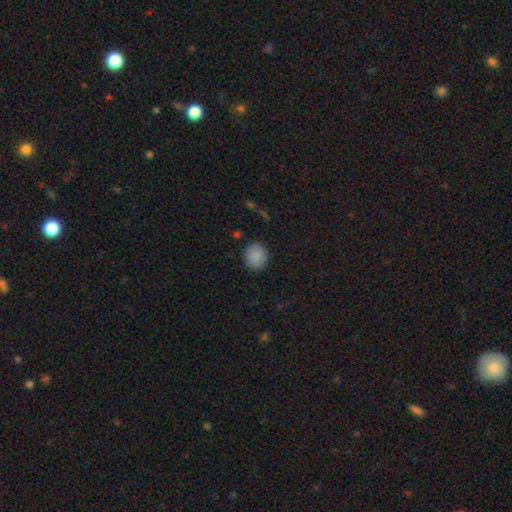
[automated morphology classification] Q: Smooth or featured?
A: smooth (88%); runner-up: star or artifact (8%)
Q: How rounded?
A: round (77%); runner-up: in between (22%)
Q: Merging?
A: none (89%); runner-up: minor disturbance (8%)